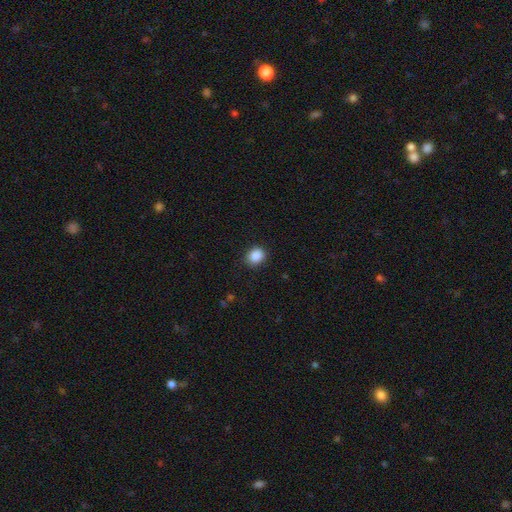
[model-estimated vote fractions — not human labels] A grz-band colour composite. It shows a smooth galaxy with no disk features (88%) that is round (69%). Merging: none (87%).